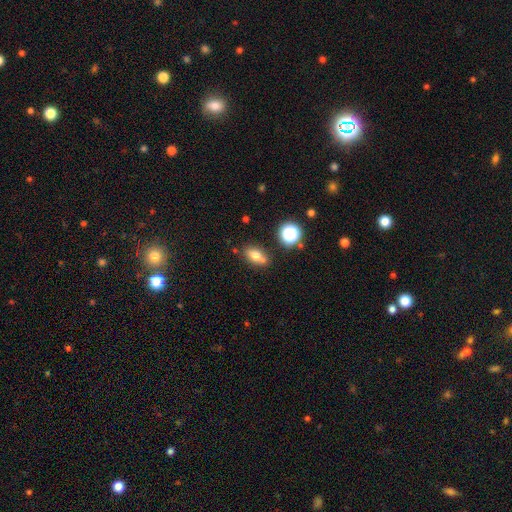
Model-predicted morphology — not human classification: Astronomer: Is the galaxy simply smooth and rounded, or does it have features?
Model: smooth — 72%.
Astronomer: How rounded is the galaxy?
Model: in between — 76%.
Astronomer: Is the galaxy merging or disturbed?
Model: none — 62%.